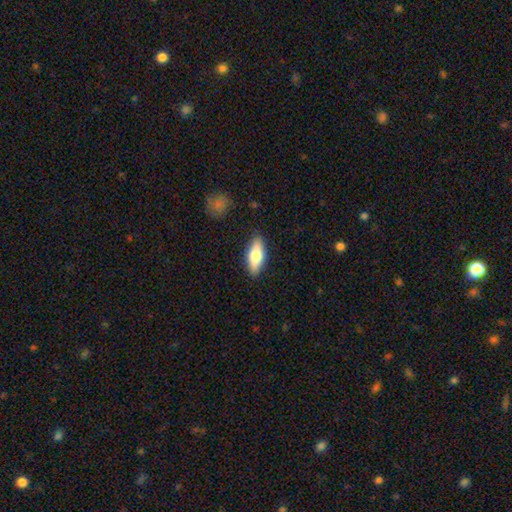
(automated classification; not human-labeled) Smooth or featured? Predicted: smooth (p=0.65). How rounded? Predicted: in between (p=0.71). Merging? Predicted: none (p=0.87).